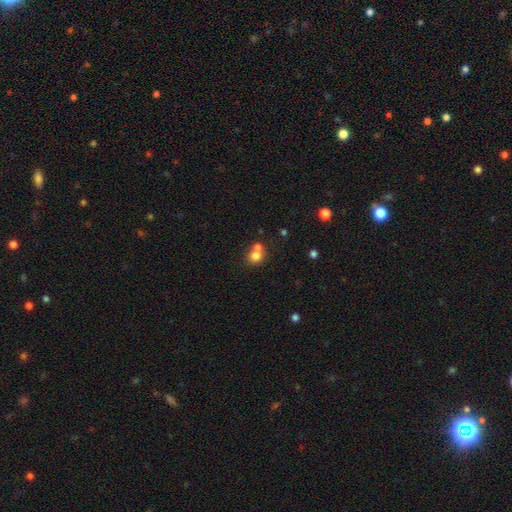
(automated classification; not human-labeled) A smooth galaxy with no disk features (76%) that is round (81%). Merging: merger (48%).